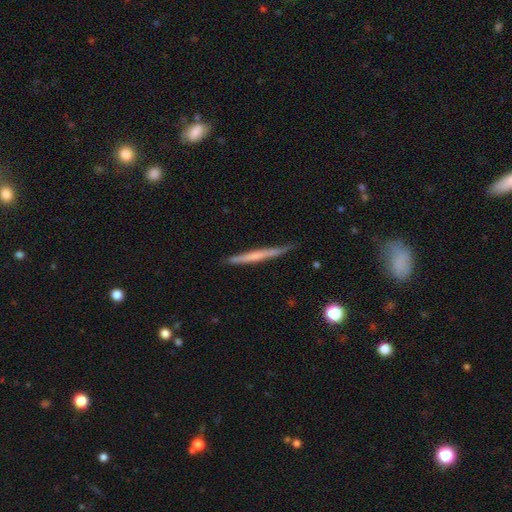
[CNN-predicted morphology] This appears to be a featured or disk galaxy (50%) viewed edge-on (97%). Merging: none (81%).